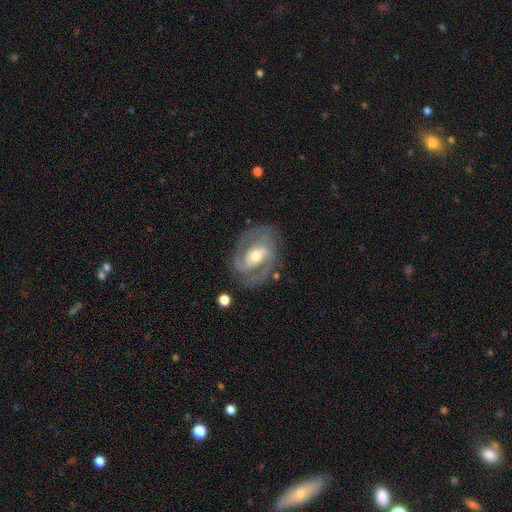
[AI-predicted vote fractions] Smooth or featured: featured or disk — 88% (smooth — 8%)
Edge-on disk: no — 97% (yes — 3%)
Bar: weak — 41% (strong — 30%)
Spiral arms: yes — 94% (no — 6%)
Spiral winding: medium — 46% (tight — 44%)
Spiral arm count: 2 — 79% (3 — 7%)
Bulge size: moderate — 67% (small — 25%)
Merging: none — 77% (minor disturbance — 15%)